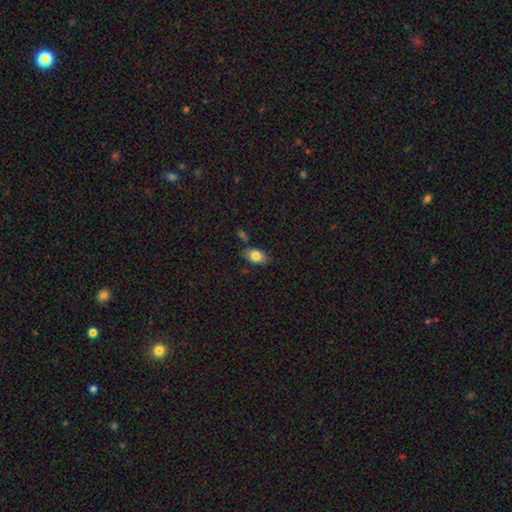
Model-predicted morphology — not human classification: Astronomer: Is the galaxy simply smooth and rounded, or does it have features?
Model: smooth — 81%.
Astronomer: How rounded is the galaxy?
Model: in between — 88%.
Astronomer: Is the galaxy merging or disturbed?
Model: none — 74%.